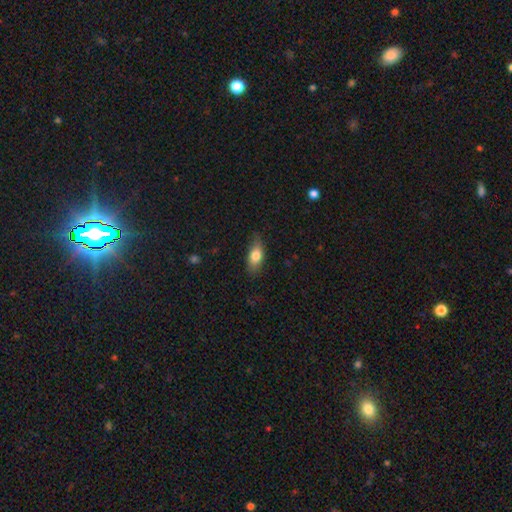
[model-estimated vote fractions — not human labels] Smooth or featured? Predicted: smooth (p=0.77). How rounded? Predicted: in between (p=0.83). Merging? Predicted: none (p=0.77).